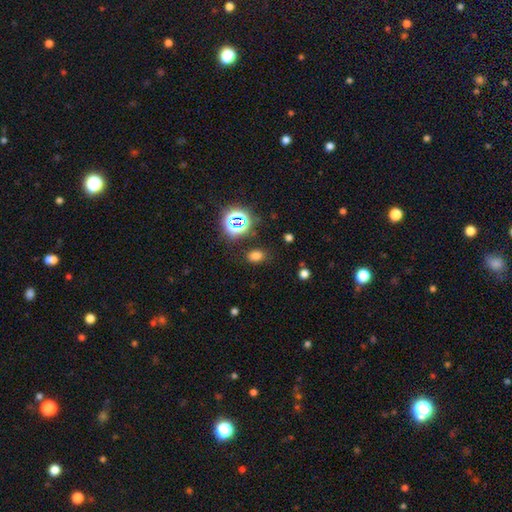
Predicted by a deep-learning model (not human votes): Smooth or featured?
  - smooth: 71% *
  - star or artifact: 24%
  - featured or disk: 5%
How rounded?
  - in between: 72% *
  - round: 27%
  - cigar-shaped: 1%
Merging?
  - none: 82% *
  - minor disturbance: 12%
  - major disturbance: 4%
  - merger: 3%